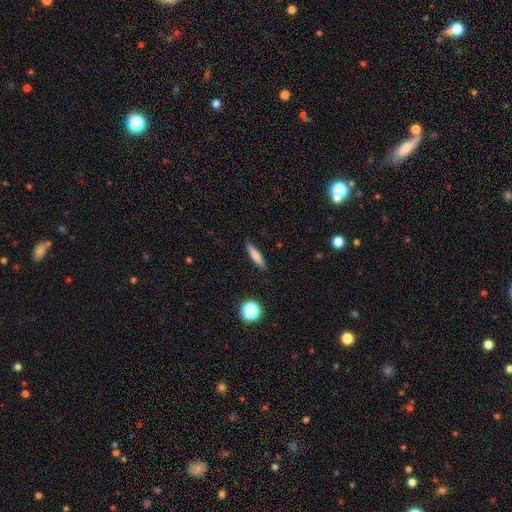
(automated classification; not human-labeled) Morphology: type=smooth (73%); roundness=cigar-shaped (83%); merging=none (89%).